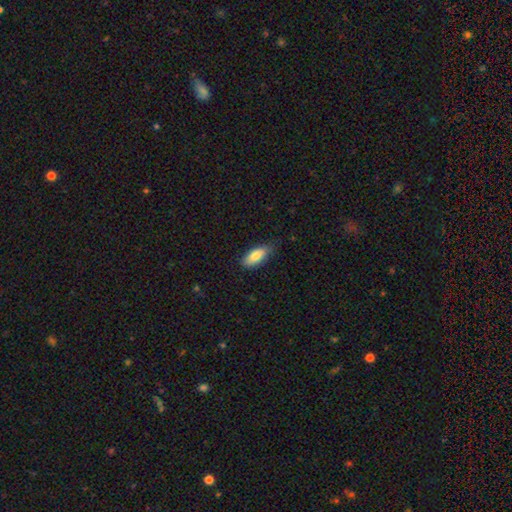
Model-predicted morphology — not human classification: Smooth or featured?
  - smooth: 82% *
  - featured or disk: 12%
  - star or artifact: 6%
How rounded?
  - in between: 80% *
  - cigar-shaped: 17%
  - round: 2%
Merging?
  - none: 74% *
  - minor disturbance: 22%
  - major disturbance: 3%
  - merger: 1%